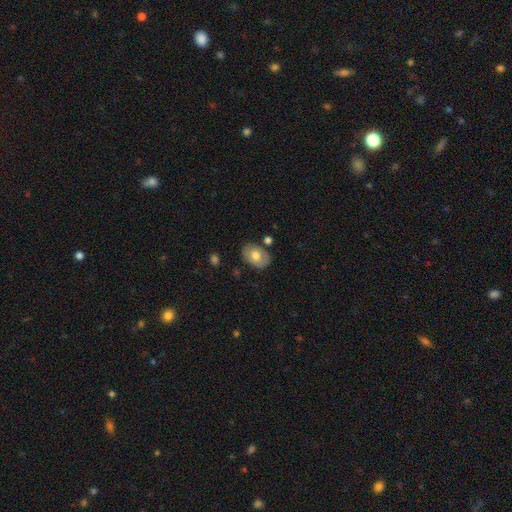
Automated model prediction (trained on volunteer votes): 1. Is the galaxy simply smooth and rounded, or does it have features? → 63% smooth, 30% featured or disk, 6% star or artifact.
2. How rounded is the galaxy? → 83% in between, 16% round, 1% cigar-shaped.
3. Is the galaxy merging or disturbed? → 77% none, 15% minor disturbance, 4% merger, 4% major disturbance.